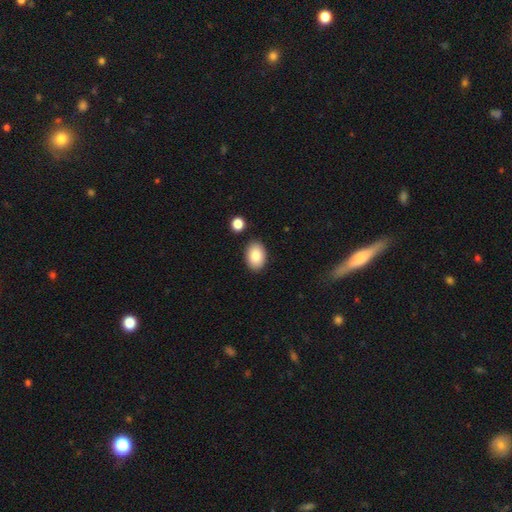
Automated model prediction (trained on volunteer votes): This appears to be a smooth galaxy with no disk features (85%) that is in between round and cigar-shaped (84%). Merging: none (87%).